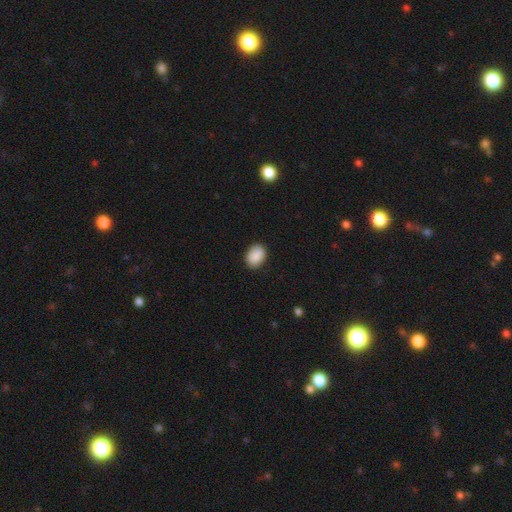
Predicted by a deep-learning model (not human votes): Smooth or featured?
  - smooth: 90% *
  - star or artifact: 7%
  - featured or disk: 3%
How rounded?
  - in between: 76% *
  - round: 23%
  - cigar-shaped: 1%
Merging?
  - none: 87% *
  - minor disturbance: 10%
  - major disturbance: 2%
  - merger: 1%